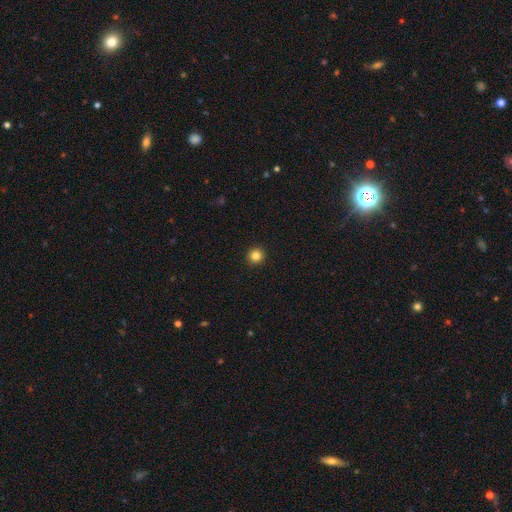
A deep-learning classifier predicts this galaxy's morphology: This is clearly a smooth galaxy (84%). How rounded: clearly round (95%). Merging: clearly none (94%).